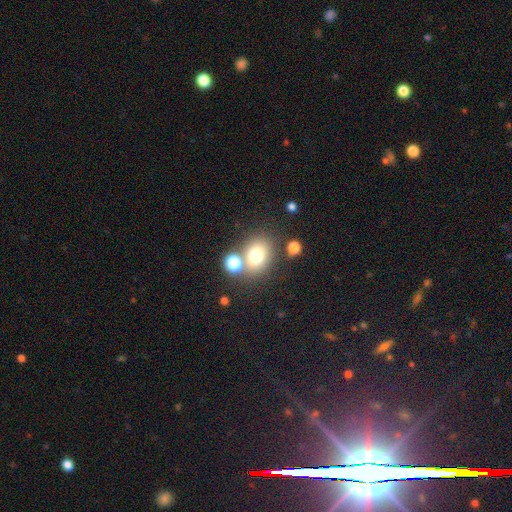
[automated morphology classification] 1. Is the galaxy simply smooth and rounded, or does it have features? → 73% smooth, 14% star or artifact, 12% featured or disk.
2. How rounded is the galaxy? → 55% round, 44% in between, 1% cigar-shaped.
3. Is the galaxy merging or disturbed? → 67% none, 16% merger, 12% minor disturbance, 5% major disturbance.